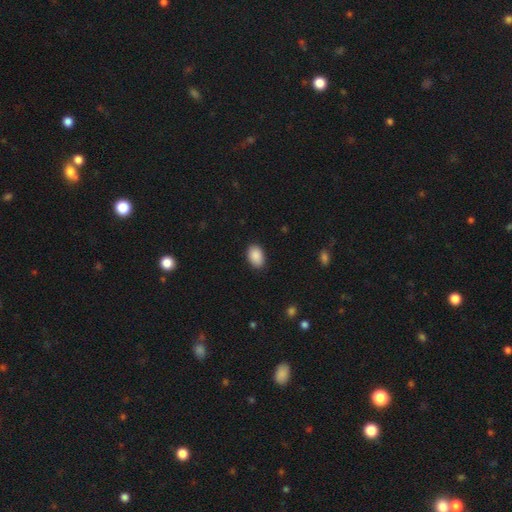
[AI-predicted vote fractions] Overall: smooth (90%). How rounded: in between (89%). Merging: none (87%).